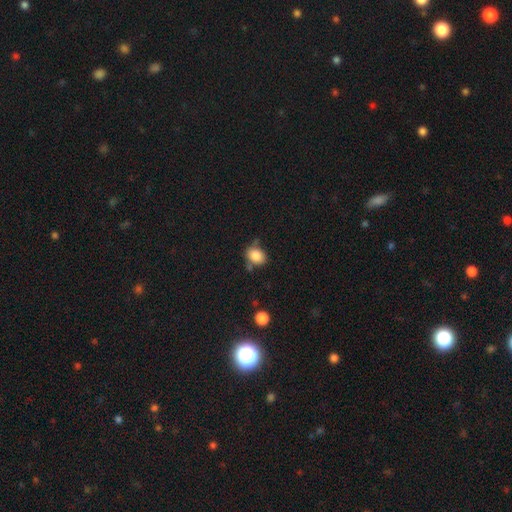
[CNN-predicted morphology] A smooth galaxy with no disk features (85%) that is in between round and cigar-shaped (56%).

Vote fractions:
- Smooth or featured? smooth: 85% / star or artifact: 9% / featured or disk: 6%
- How rounded? in between: 56% / round: 43% / cigar-shaped: 1%
- Merging? none: 61% / minor disturbance: 24% / merger: 9% / major disturbance: 6%